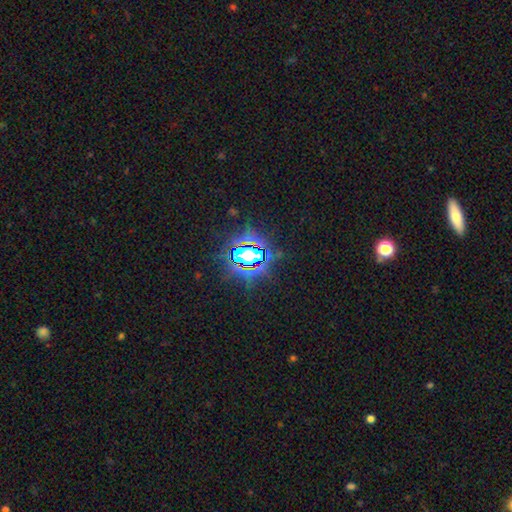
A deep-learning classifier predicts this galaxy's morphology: The model was most divided on "smooth or featured": star or artifact: 81%, smooth: 12%, featured or disk: 7%.